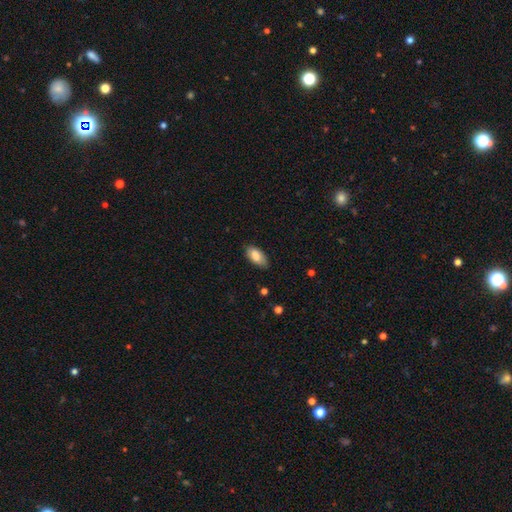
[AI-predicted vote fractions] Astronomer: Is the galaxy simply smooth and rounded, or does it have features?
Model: smooth — 84%.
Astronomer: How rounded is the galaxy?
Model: in between — 92%.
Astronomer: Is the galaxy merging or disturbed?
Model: none — 81%.